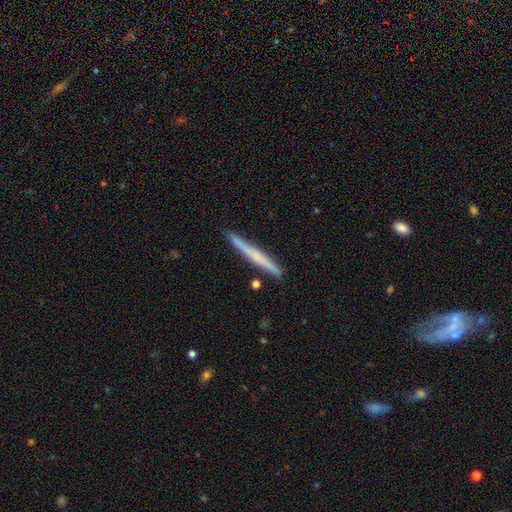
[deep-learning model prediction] smooth-or-featured: featured or disk: 48% | smooth: 46% | star or artifact: 6%
  merging: none: 88% | minor disturbance: 9% | merger: 2% | major disturbance: 2%